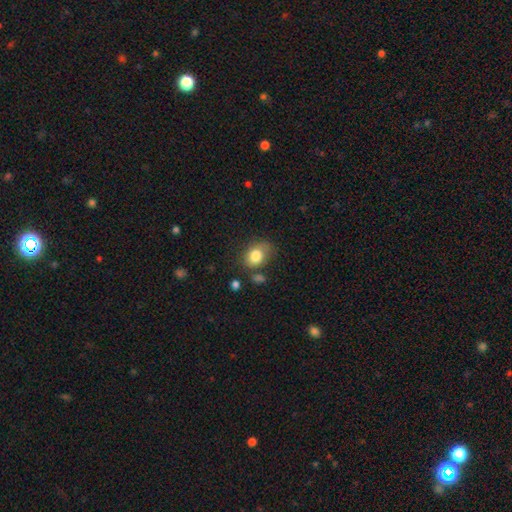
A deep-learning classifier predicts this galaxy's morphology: smooth_or_featured: smooth (p=0.81) [alt: featured or disk p=0.10]
how_rounded: in between (p=0.66) [alt: round p=0.32]
merging: none (p=0.57) [alt: minor disturbance p=0.26]